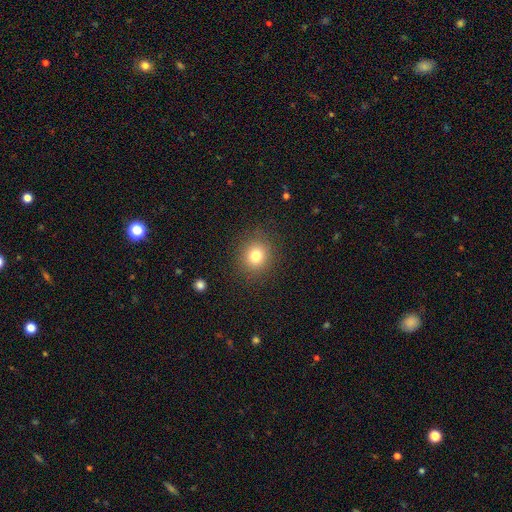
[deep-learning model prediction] smooth-or-featured: smooth: 79% | star or artifact: 13% | featured or disk: 8%
  how-rounded: round: 85% | in between: 14% | cigar-shaped: 1%
  merging: none: 88% | minor disturbance: 7% | major disturbance: 3% | merger: 1%